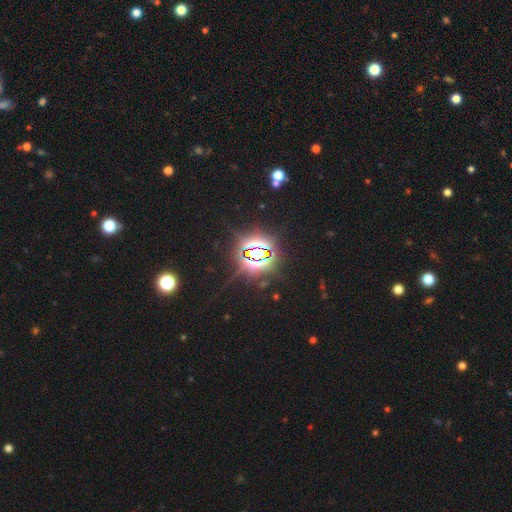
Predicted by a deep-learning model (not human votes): Smooth or featured? star or artifact (85%)